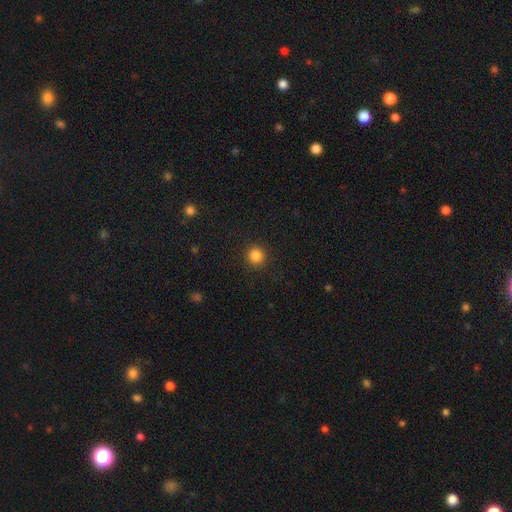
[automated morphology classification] smooth_or_featured: smooth (p=0.85) [alt: star or artifact p=0.11]
how_rounded: round (p=0.94) [alt: in between p=0.05]
merging: none (p=0.92) [alt: minor disturbance p=0.05]